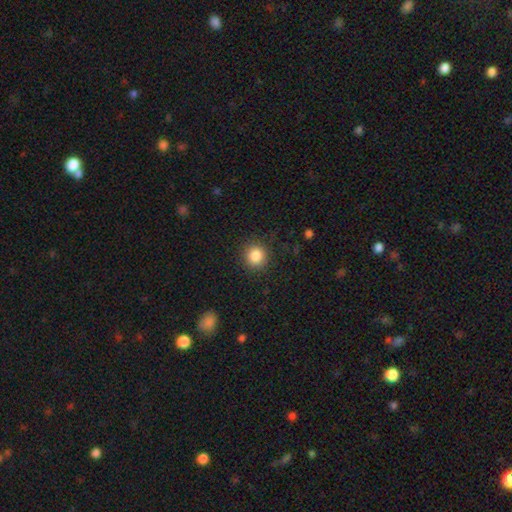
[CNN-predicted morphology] Smooth or featured: smooth — 85% (star or artifact — 10%)
How rounded: round — 89% (in between — 10%)
Merging: none — 89% (minor disturbance — 7%)